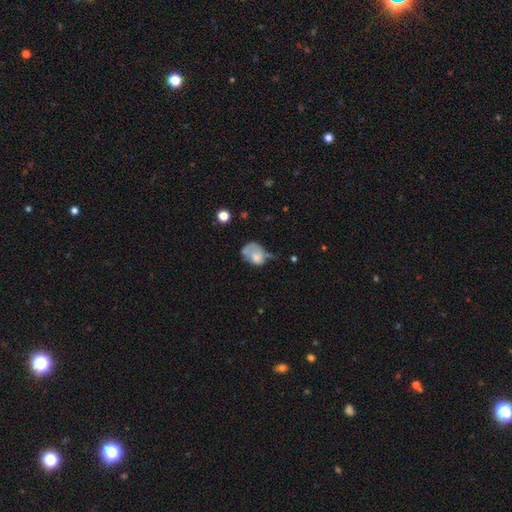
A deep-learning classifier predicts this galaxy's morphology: smooth_or_featured: smooth (p=0.61) [alt: featured or disk p=0.29]
how_rounded: in between (p=0.60) [alt: round p=0.39]
merging: major disturbance (p=0.34) [alt: minor disturbance p=0.27]